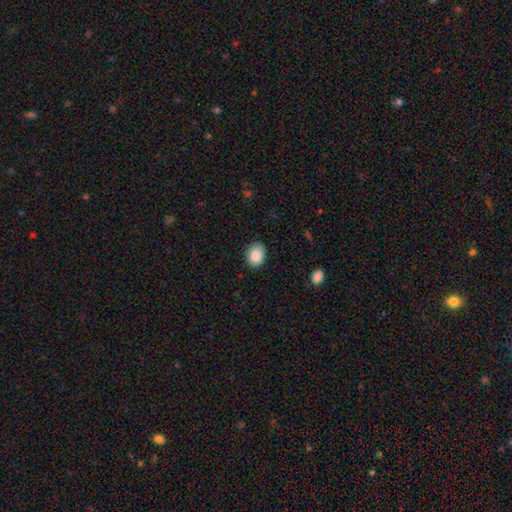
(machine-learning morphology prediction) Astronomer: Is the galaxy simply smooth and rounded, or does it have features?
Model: smooth — 87%.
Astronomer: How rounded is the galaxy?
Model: in between — 61% (runner-up: round, 39%).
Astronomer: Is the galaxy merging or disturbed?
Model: none — 85%.